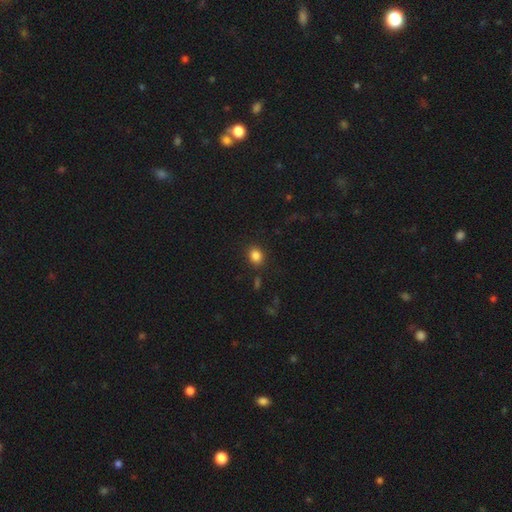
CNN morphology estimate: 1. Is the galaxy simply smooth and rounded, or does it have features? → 85% smooth, 11% star or artifact, 4% featured or disk.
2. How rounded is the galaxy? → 56% round, 43% in between, 1% cigar-shaped.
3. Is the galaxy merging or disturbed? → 87% none, 8% minor disturbance, 3% major disturbance, 2% merger.